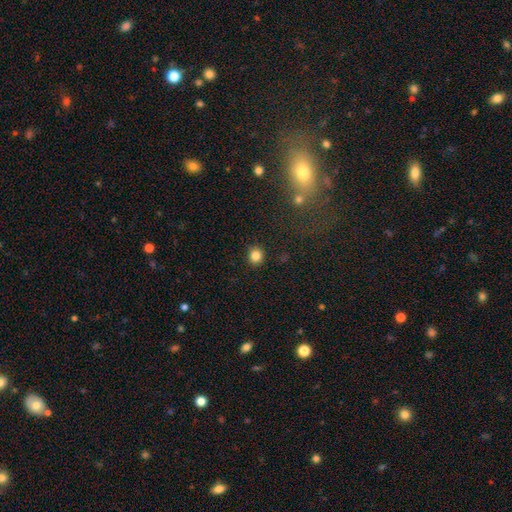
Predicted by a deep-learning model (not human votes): Smooth or featured: smooth — 83% (star or artifact — 12%)
How rounded: round — 89% (in between — 10%)
Merging: none — 91% (minor disturbance — 6%)